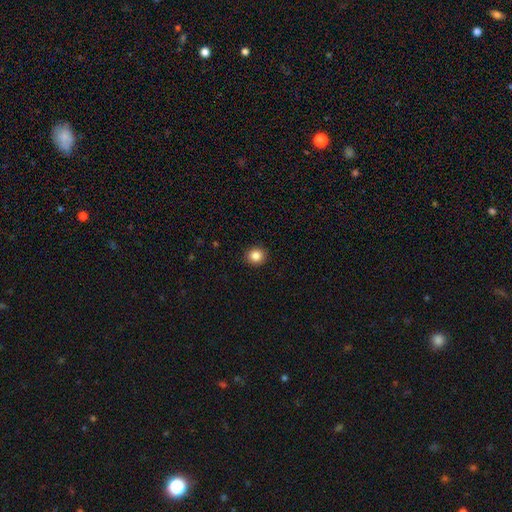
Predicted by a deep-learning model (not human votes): Smooth or featured? Predicted: smooth (p=0.85). How rounded? Predicted: round (p=0.87). Merging? Predicted: none (p=0.92).